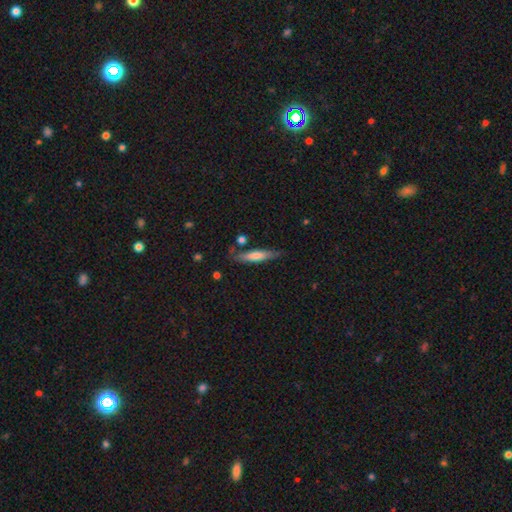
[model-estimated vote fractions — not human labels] This appears to be a smooth galaxy with no disk features (58%) that is cigar-shaped (85%). Merging: none (77%).